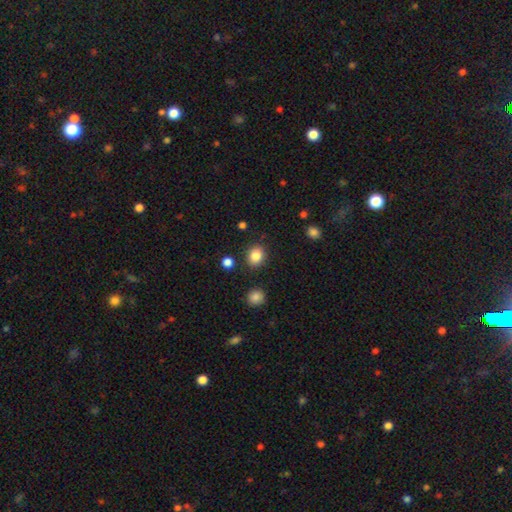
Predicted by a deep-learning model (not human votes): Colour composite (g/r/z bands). It shows a smooth galaxy with no disk features (85%) that is round (64%). Merging: none (86%).